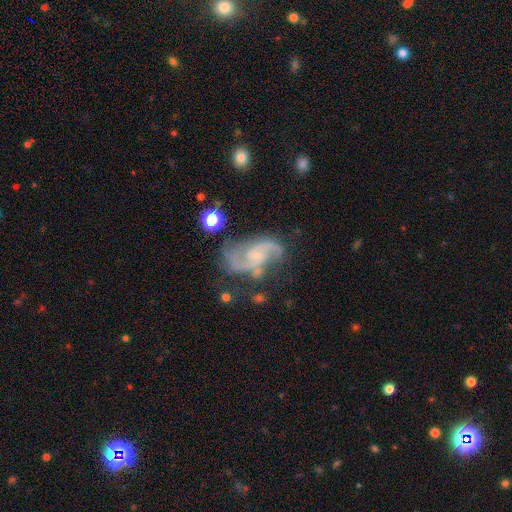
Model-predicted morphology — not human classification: type=featured or disk (87%); edge-on=no (98%); bar=no (52%); spiral arms=yes (96%); winding=medium (50%); arm count=2 (83%); bulge=small (64%); merging=none (58%).